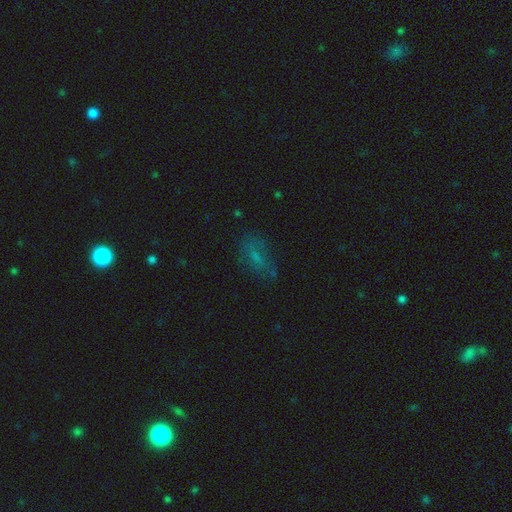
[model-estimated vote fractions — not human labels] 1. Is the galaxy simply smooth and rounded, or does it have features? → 49% smooth, 31% featured or disk, 20% star or artifact.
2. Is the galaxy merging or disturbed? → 60% none, 22% minor disturbance, 16% major disturbance, 3% merger.